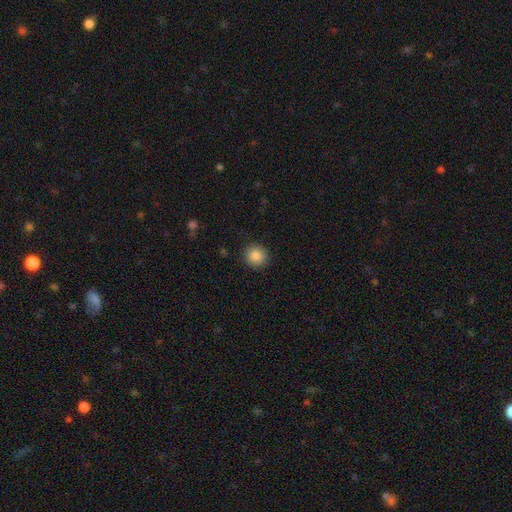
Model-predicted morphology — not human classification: Smooth or featured: smooth — 87% (star or artifact — 9%)
How rounded: round — 92% (in between — 7%)
Merging: none — 90% (minor disturbance — 6%)